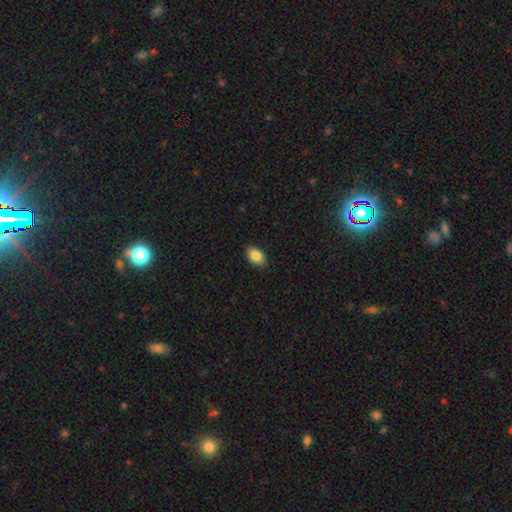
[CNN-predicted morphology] smooth-or-featured: smooth: 86% | star or artifact: 8% | featured or disk: 7%
  how-rounded: in between: 91% | round: 7% | cigar-shaped: 2%
  merging: none: 88% | minor disturbance: 9% | major disturbance: 2% | merger: 1%